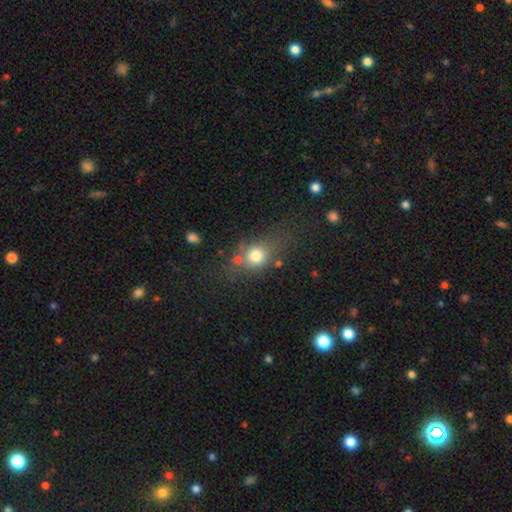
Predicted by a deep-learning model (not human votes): This is likely a smooth galaxy (73%). How rounded: possibly round (55%). Merging: possibly none (57%).